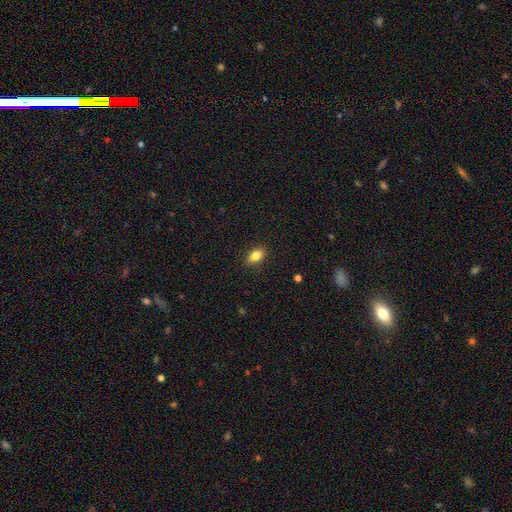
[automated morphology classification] Q: Smooth or featured?
A: smooth (83%); runner-up: star or artifact (9%)
Q: How rounded?
A: in between (86%); runner-up: round (10%)
Q: Merging?
A: none (88%); runner-up: minor disturbance (9%)